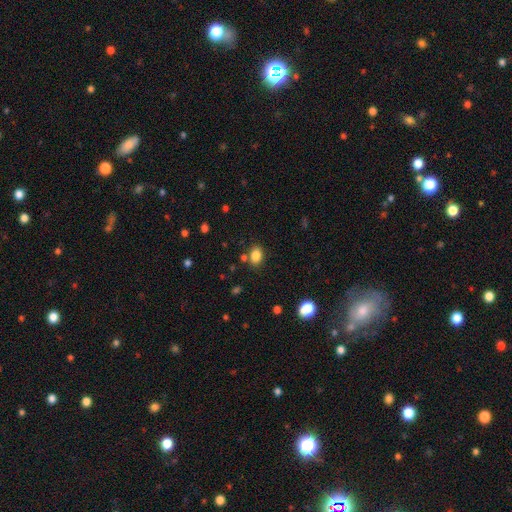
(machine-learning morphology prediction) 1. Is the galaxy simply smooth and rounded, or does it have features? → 84% smooth, 11% star or artifact, 5% featured or disk.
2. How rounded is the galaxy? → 74% in between, 25% round, 1% cigar-shaped.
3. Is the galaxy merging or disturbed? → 79% none, 11% minor disturbance, 7% merger, 3% major disturbance.